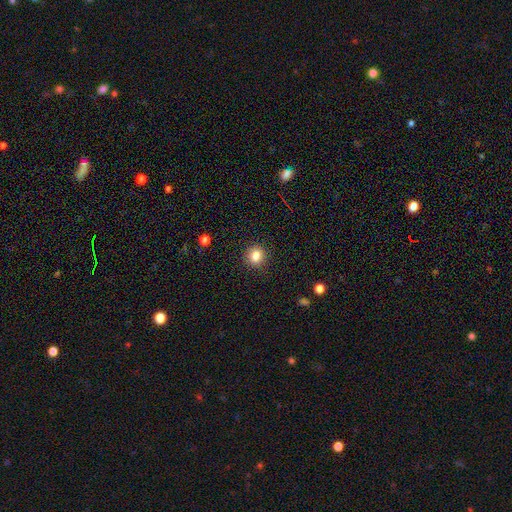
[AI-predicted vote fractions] Smooth or featured? Predicted: smooth (p=0.83). How rounded? Predicted: round (p=0.85). Merging? Predicted: none (p=0.89).